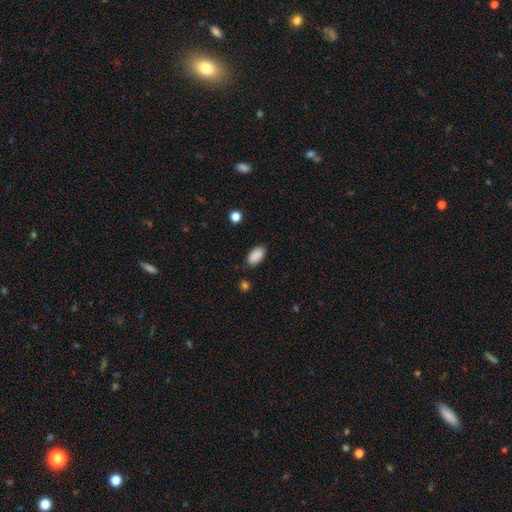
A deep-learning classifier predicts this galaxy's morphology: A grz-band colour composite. It shows a smooth galaxy with no disk features (90%) that is in between round and cigar-shaped (94%). Merging: none (85%).